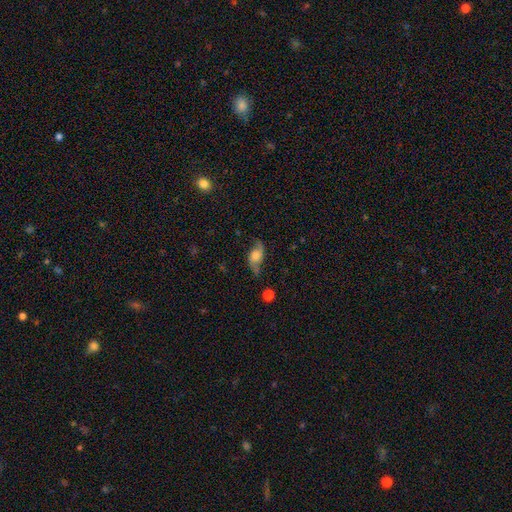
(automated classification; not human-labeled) Smooth or featured?
  - featured or disk: 52% *
  - smooth: 39%
  - star or artifact: 9%
Edge-on disk?
  - no: 84% *
  - yes: 16%
Merging?
  - none: 63% *
  - minor disturbance: 25%
  - major disturbance: 10%
  - merger: 2%